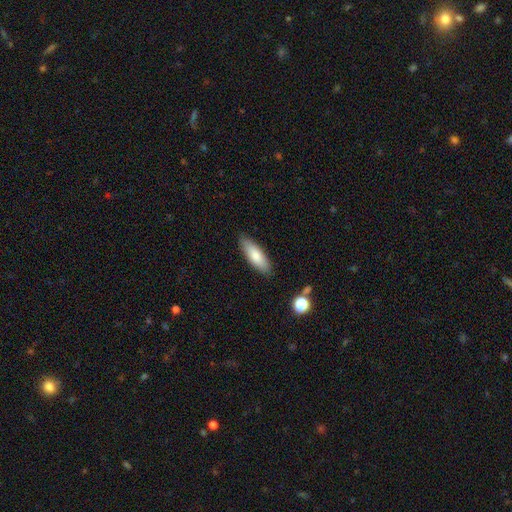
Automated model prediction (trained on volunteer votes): Overall: smooth (78%). How rounded: in between (57%; cigar-shaped 41%). Merging: none (86%).